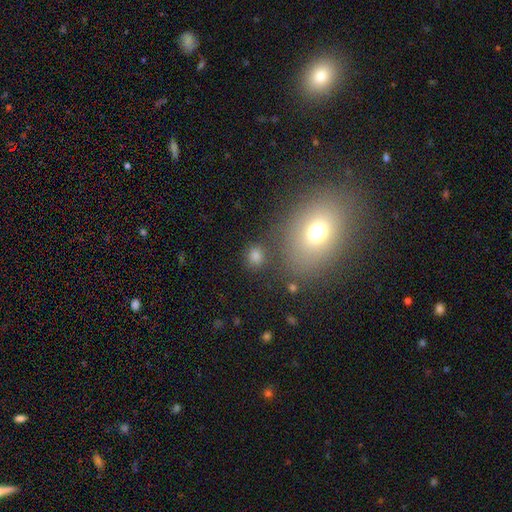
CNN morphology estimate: A smooth galaxy with no disk features (73%) that is round (73%). Merging: none (77%).